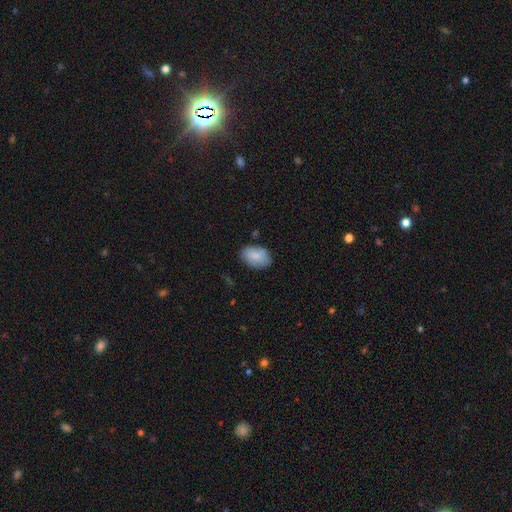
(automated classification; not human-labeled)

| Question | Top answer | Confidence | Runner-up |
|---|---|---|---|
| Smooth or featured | smooth | 85% | featured or disk (9%) |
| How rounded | in between | 90% | round (9%) |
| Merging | none | 78% | minor disturbance (17%) |